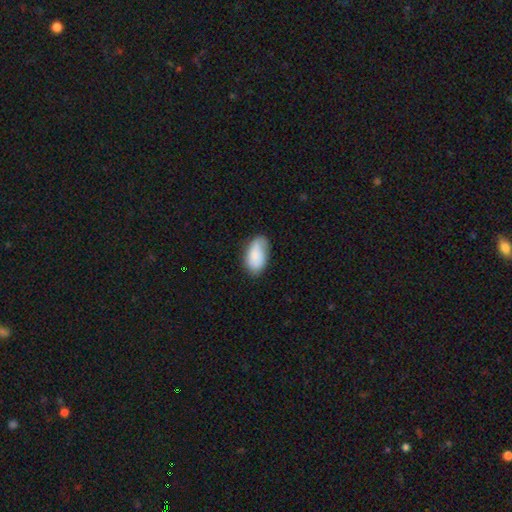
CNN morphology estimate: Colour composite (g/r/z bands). It shows a smooth galaxy with no disk features (80%) that is in between round and cigar-shaped (94%). Merging: none (66%).